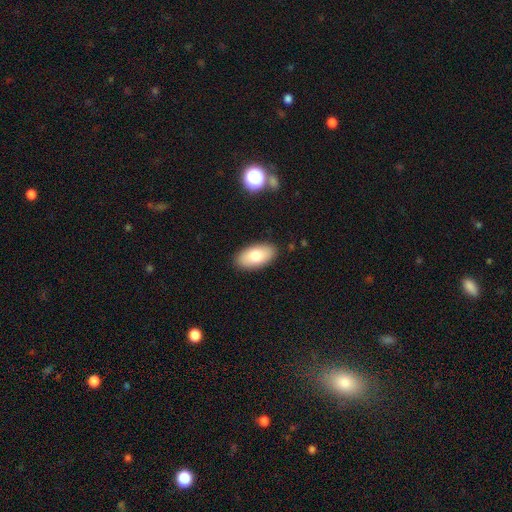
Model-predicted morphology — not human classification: A smooth galaxy with no disk features (77%) that is in between round and cigar-shaped (94%).

Vote fractions:
- Smooth or featured? smooth: 77% / featured or disk: 16% / star or artifact: 7%
- How rounded? in between: 94% / round: 3% / cigar-shaped: 3%
- Merging? none: 88% / minor disturbance: 9% / major disturbance: 2% / merger: 1%